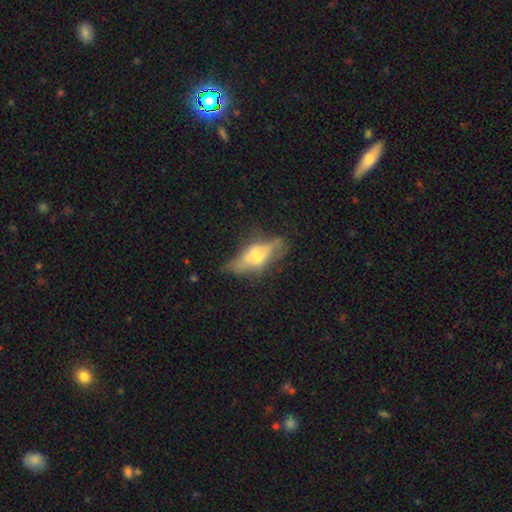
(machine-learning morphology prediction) type=featured or disk (58%); edge-on=yes (70%); merging=none (60%).